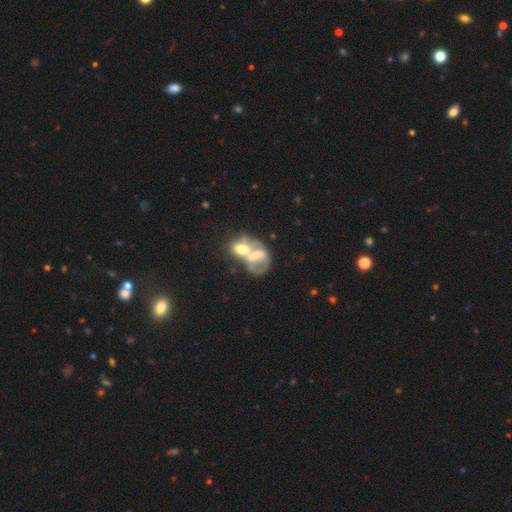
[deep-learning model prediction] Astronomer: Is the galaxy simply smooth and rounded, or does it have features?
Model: featured or disk — 57% (runner-up: smooth, 33%).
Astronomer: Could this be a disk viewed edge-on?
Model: no — 96%.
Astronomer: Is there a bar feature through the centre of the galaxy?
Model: no — 59%.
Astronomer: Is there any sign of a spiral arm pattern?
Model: no — 64%.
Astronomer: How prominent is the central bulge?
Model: moderate — 45% (runner-up: small, 27%).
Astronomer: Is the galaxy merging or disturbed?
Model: merger — 73%.